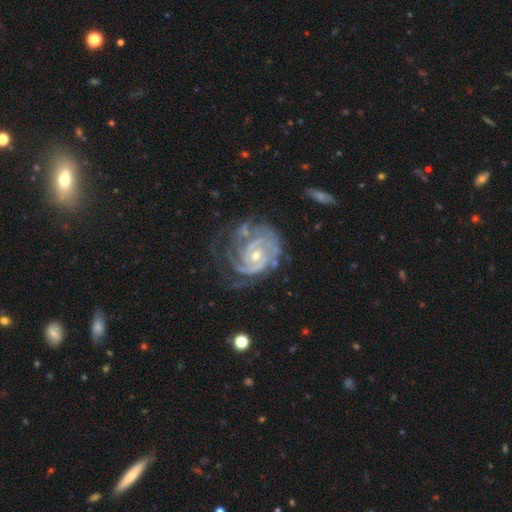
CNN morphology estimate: The model was most divided on "spiral arm count": 3: 31%, 2: 30%, can't tell: 17%, 4: 11%, more than 4: 6%, 1: 6%. More confident: spiral arms — yes (98%); edge-on disk — no (98%); smooth or featured — featured or disk (91%); spiral winding — tight (73%); bar — no (66%); bulge size — small (59%); merging — none (56%).